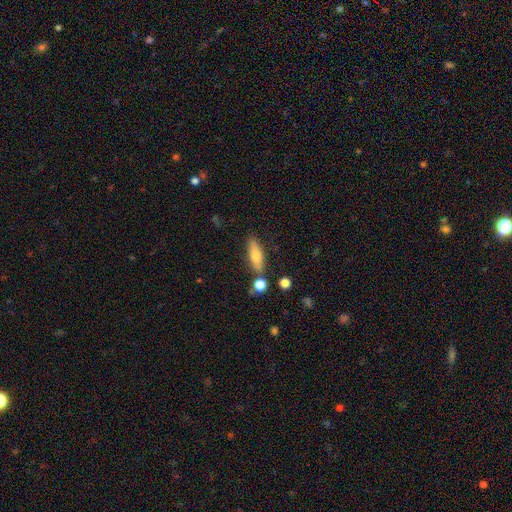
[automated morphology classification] smooth-or-featured: smooth: 65% | featured or disk: 28% | star or artifact: 7%
  how-rounded: cigar-shaped: 56% | in between: 41% | round: 3%
  merging: none: 78% | minor disturbance: 12% | merger: 8% | major disturbance: 3%